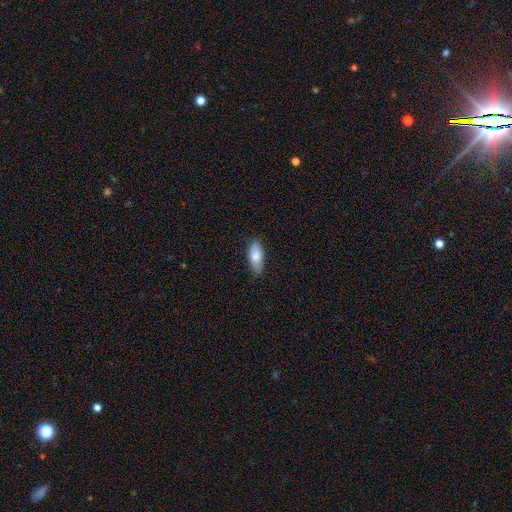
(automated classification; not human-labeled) Morphology: type=smooth (81%); roundness=in between (84%); merging=none (81%).